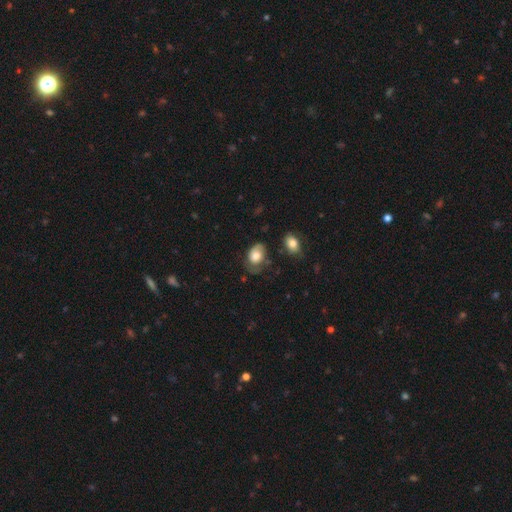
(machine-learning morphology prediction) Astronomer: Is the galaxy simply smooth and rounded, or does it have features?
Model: smooth — 68%.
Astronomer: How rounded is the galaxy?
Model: in between — 74%.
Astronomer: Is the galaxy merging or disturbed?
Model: none — 41% (runner-up: minor disturbance, 34%).